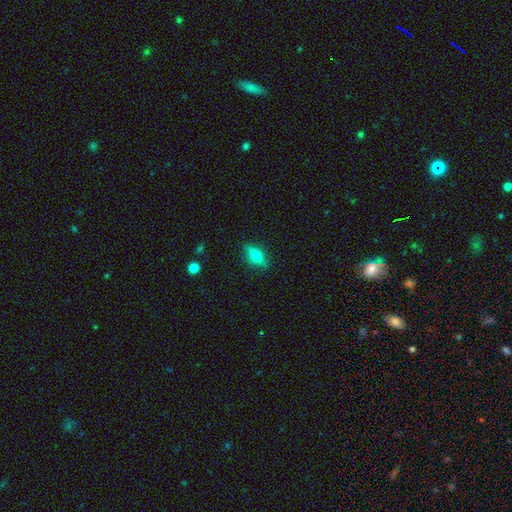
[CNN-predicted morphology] smooth_or_featured: smooth (p=0.62) [alt: featured or disk p=0.30]
how_rounded: in between (p=0.71) [alt: cigar-shaped p=0.23]
merging: none (p=0.84) [alt: minor disturbance p=0.12]